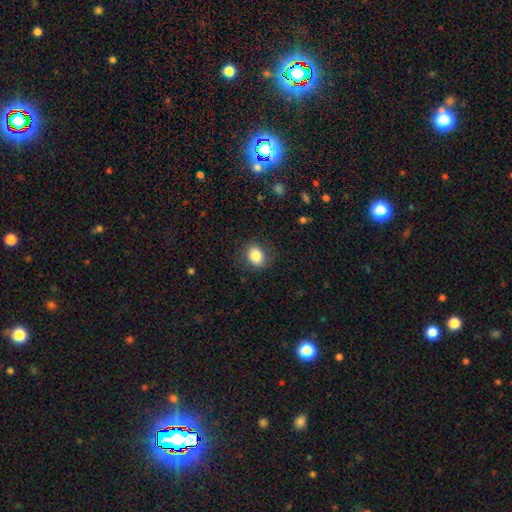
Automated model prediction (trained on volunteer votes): Smooth or featured?
  - smooth: 84% *
  - star or artifact: 9%
  - featured or disk: 7%
How rounded?
  - round: 52% *
  - in between: 47%
  - cigar-shaped: 1%
Merging?
  - none: 81% *
  - minor disturbance: 13%
  - major disturbance: 4%
  - merger: 1%